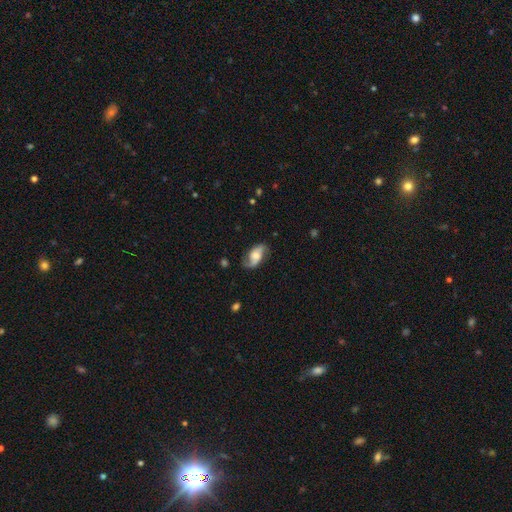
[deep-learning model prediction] A featured or disk galaxy (69%) with no bar (55%), 2 (87%) loose (52%) spiral arms (92%) and a moderate central bulge (43%).

Vote fractions:
- Smooth or featured? featured or disk: 69% / smooth: 24% / star or artifact: 7%
- Edge-on disk? no: 95% / yes: 5%
- Bar? no: 55% / weak: 34% / strong: 11%
- Spiral arms? yes: 92% / no: 8%
- Spiral winding? loose: 52% / medium: 35% / tight: 13%
- Spiral arm count? 2: 87% / 1: 5% / can't tell: 5% / 3: 1% / 4: 1% / more than 4: 1%
- Bulge size? moderate: 43% / large: 25% / small: 20% / none: 8% / dominant: 4%
- Merging? none: 72% / minor disturbance: 19% / major disturbance: 8% / merger: 2%